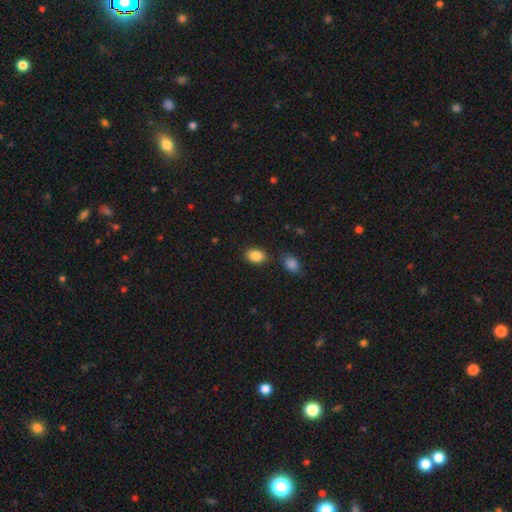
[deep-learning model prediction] A smooth galaxy with no disk features (87%) that is in between round and cigar-shaped (80%). Merging: none (81%).